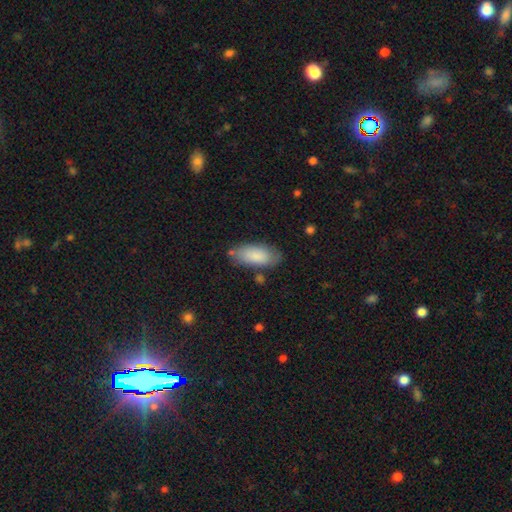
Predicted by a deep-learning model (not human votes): The model was most divided on "merging": none: 72%, minor disturbance: 19%, merger: 5%, major disturbance: 5%. More confident: how rounded — in between (88%); smooth or featured — smooth (84%).